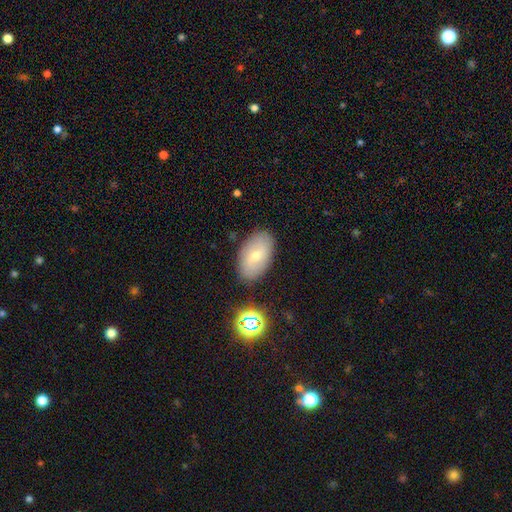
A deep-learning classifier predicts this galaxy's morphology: smooth 67%, featured or disk 24%, star or artifact 9%. Down the decision tree: how rounded — in between (93%); merging — none (85%).